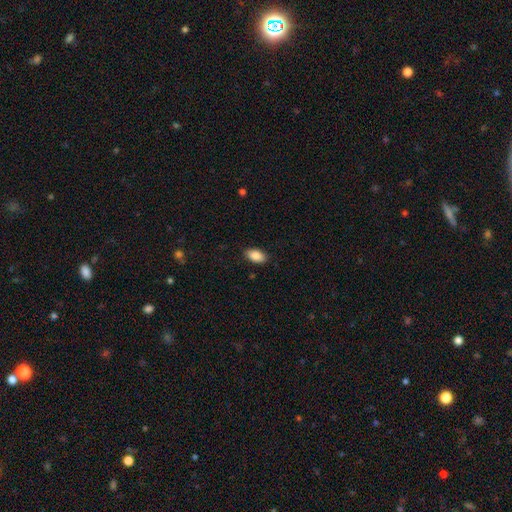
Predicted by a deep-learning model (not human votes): smooth-or-featured: smooth: 88% | star or artifact: 7% | featured or disk: 5%
  how-rounded: in between: 93% | round: 4% | cigar-shaped: 3%
  merging: none: 86% | minor disturbance: 11% | major disturbance: 2% | merger: 1%